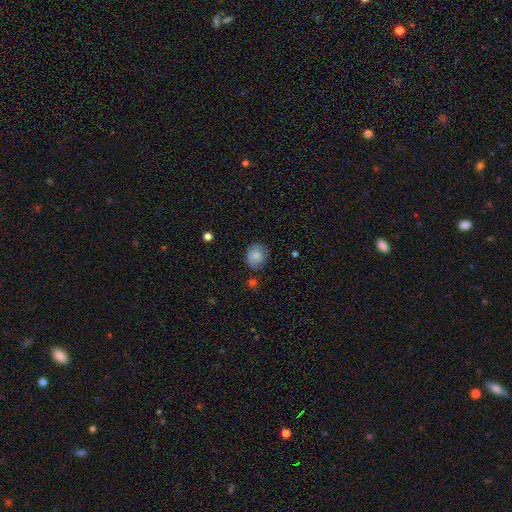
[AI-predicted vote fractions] Morphology: type=smooth (84%); roundness=round (73%); merging=none (76%).